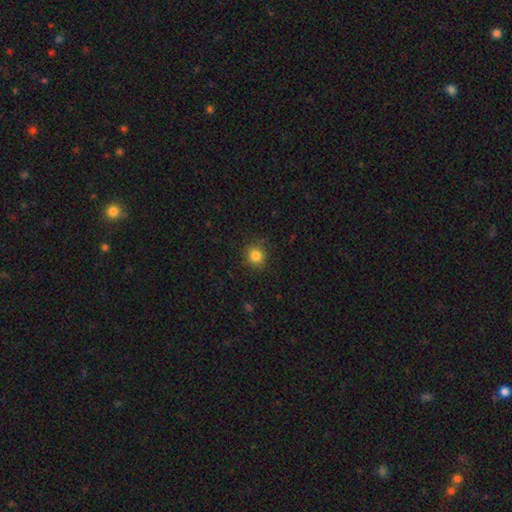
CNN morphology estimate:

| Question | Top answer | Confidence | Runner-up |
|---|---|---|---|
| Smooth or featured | smooth | 84% | star or artifact (12%) |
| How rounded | round | 90% | in between (9%) |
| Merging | none | 89% | minor disturbance (7%) |